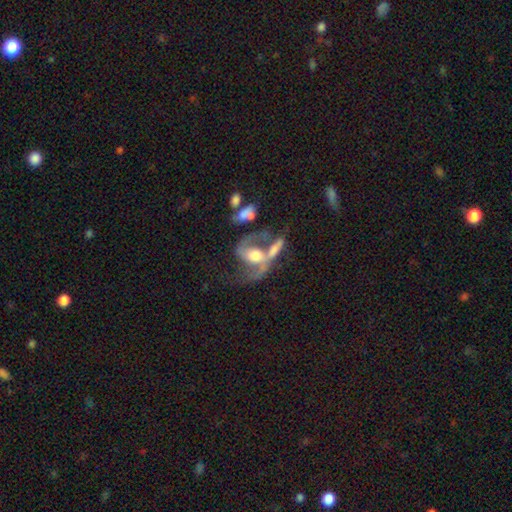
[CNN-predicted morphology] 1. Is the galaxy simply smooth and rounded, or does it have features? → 77% featured or disk, 15% smooth, 8% star or artifact.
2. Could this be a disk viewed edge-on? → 95% no, 5% yes.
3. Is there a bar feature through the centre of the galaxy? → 49% no, 33% weak, 18% strong.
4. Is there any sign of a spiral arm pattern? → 86% yes, 14% no.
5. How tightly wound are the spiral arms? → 52% loose, 38% medium, 11% tight.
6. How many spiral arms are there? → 77% 2, 13% 1, 7% can't tell, 2% 3, 1% 4, 1% more than 4.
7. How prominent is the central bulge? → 54% moderate, 26% large, 12% small, 5% none, 3% dominant.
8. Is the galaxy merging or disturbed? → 44% merger, 23% none, 22% major disturbance, 11% minor disturbance.